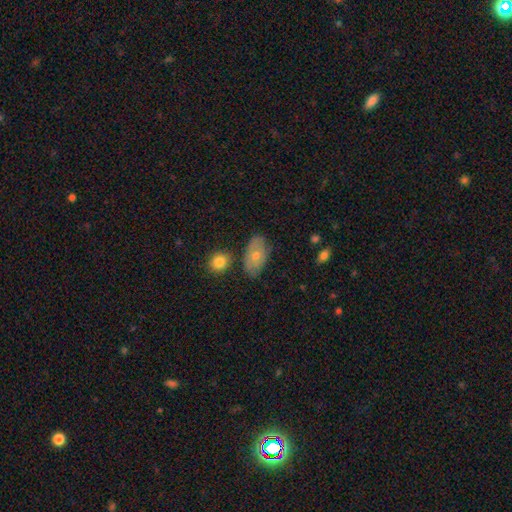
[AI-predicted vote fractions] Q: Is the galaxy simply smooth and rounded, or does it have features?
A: smooth — 58%.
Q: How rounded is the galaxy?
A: in between — 88%.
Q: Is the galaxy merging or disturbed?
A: none — 69%.